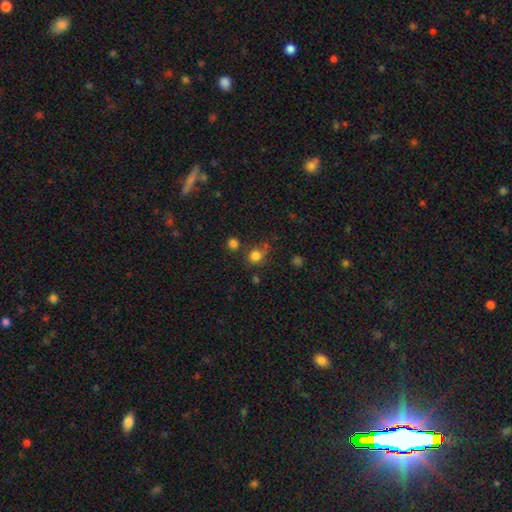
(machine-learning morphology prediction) The model was most divided on "merging": none: 67%, minor disturbance: 14%, merger: 13%, major disturbance: 6%. More confident: how rounded — round (85%); smooth or featured — smooth (80%).